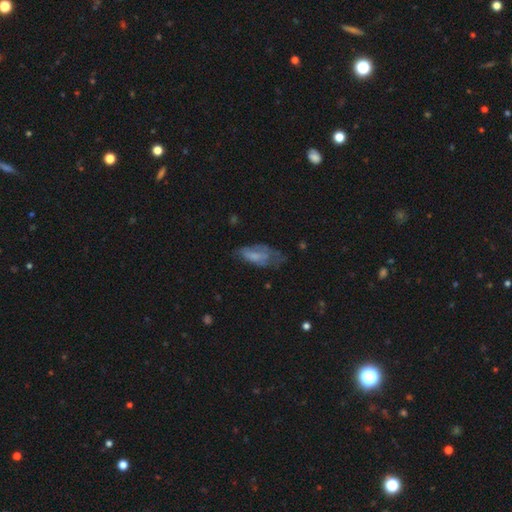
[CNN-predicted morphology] smooth_or_featured: smooth (p=0.53) [alt: featured or disk p=0.37]
how_rounded: in between (p=0.81) [alt: cigar-shaped p=0.16]
merging: none (p=0.37) [alt: minor disturbance p=0.32]